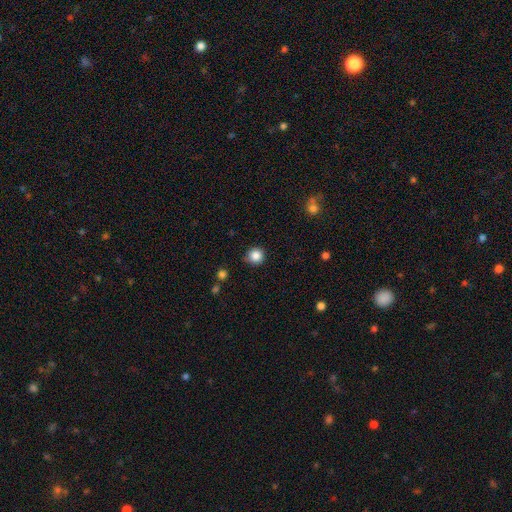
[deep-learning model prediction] This appears to be a smooth galaxy with no disk features (85%) that is round (93%). Merging: none (85%).